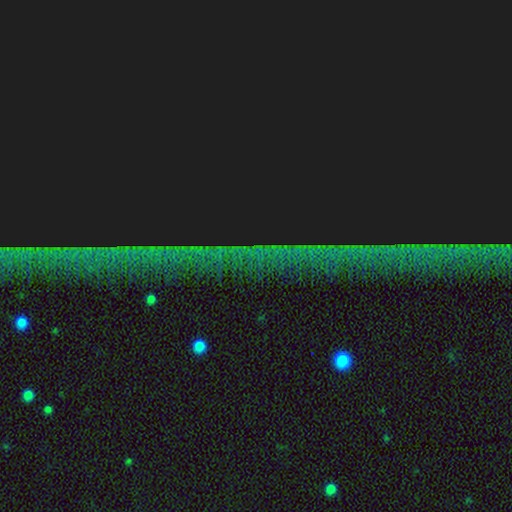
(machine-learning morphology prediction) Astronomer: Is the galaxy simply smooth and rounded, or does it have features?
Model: star or artifact — 87%.